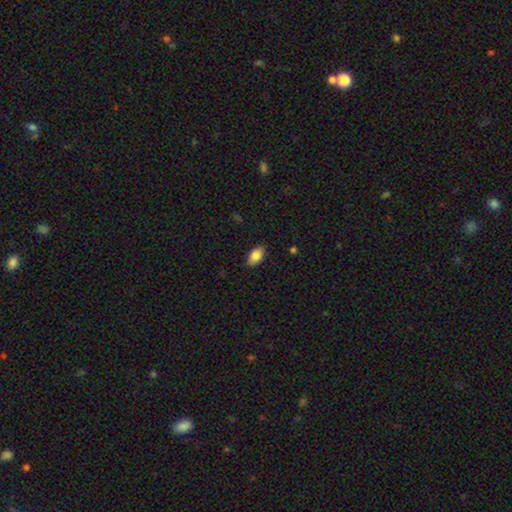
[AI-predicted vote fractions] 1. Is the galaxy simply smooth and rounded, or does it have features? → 84% smooth, 9% featured or disk, 7% star or artifact.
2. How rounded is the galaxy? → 91% in between, 6% round, 3% cigar-shaped.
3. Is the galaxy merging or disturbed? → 87% none, 10% minor disturbance, 2% major disturbance, 1% merger.